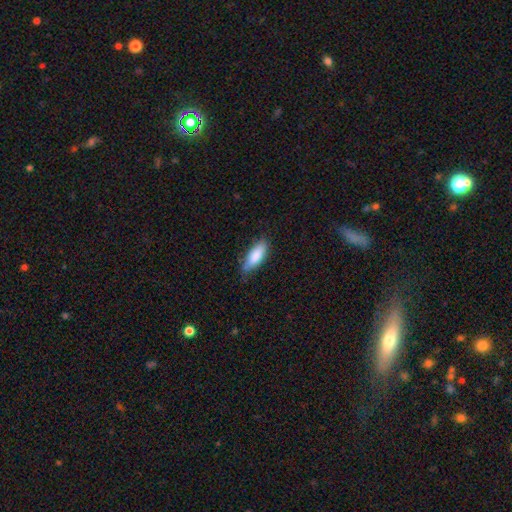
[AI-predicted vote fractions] Q: Smooth or featured?
A: smooth (85%); runner-up: featured or disk (10%)
Q: How rounded?
A: in between (70%); runner-up: cigar-shaped (28%)
Q: Merging?
A: none (70%); runner-up: minor disturbance (25%)